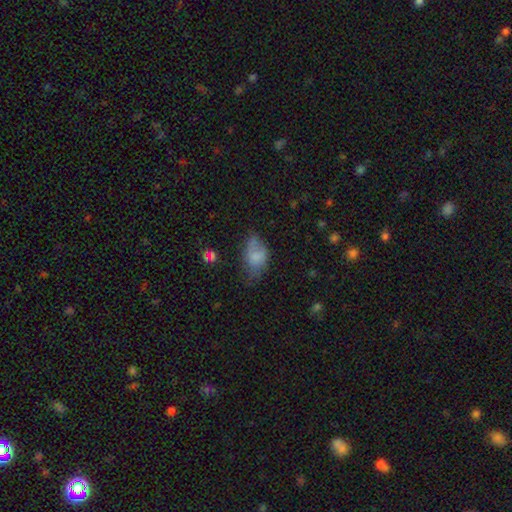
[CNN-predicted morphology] smooth_or_featured: smooth (p=0.71) [alt: featured or disk p=0.20]
how_rounded: in between (p=0.88) [alt: round p=0.10]
merging: none (p=0.38) [alt: minor disturbance p=0.36]